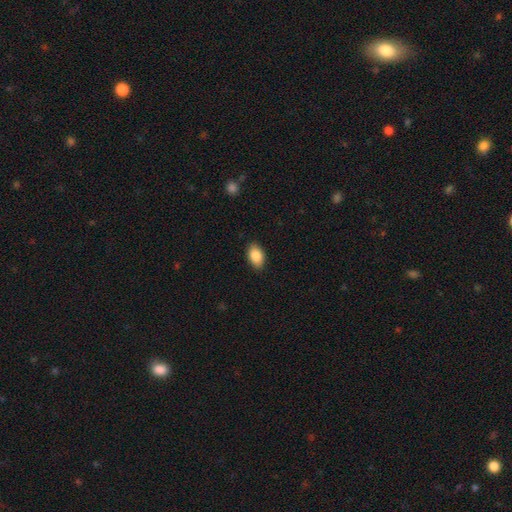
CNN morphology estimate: smooth_or_featured: smooth (p=0.88) [alt: star or artifact p=0.07]
how_rounded: in between (p=0.91) [alt: round p=0.07]
merging: none (p=0.87) [alt: minor disturbance p=0.09]